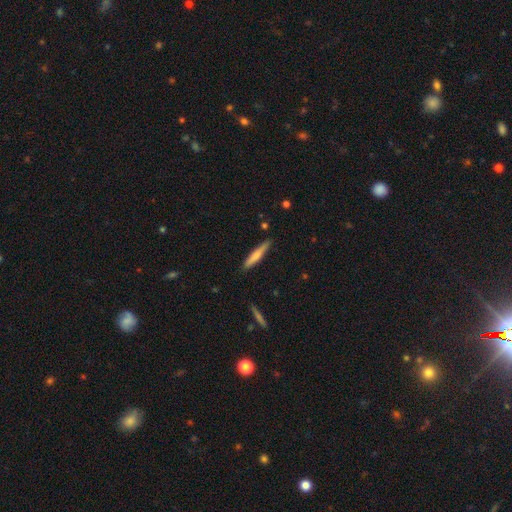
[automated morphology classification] Smooth or featured? Predicted: smooth (p=0.66). How rounded? Predicted: cigar-shaped (p=0.92). Merging? Predicted: none (p=0.85).